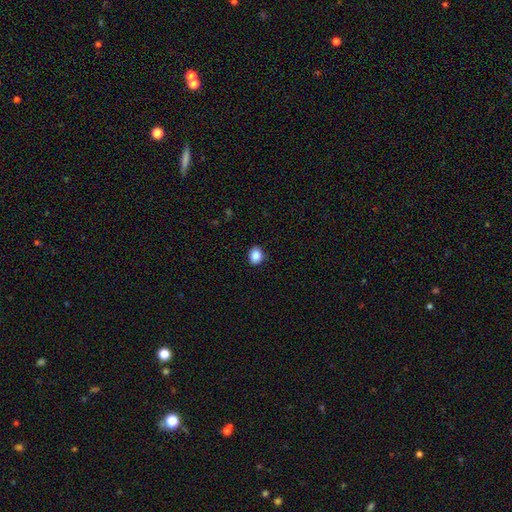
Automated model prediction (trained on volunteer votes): Smooth or featured: smooth — 87% (star or artifact — 9%)
How rounded: round — 53% (in between — 46%)
Merging: none — 89% (minor disturbance — 8%)